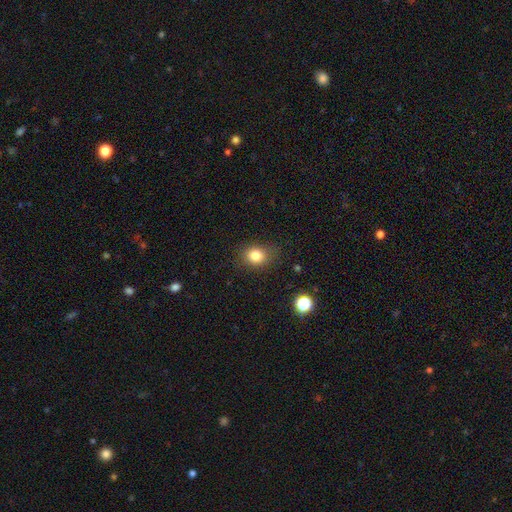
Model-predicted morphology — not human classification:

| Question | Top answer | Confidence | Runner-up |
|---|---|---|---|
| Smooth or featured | smooth | 81% | star or artifact (12%) |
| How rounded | round | 52% | in between (47%) |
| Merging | none | 80% | minor disturbance (14%) |